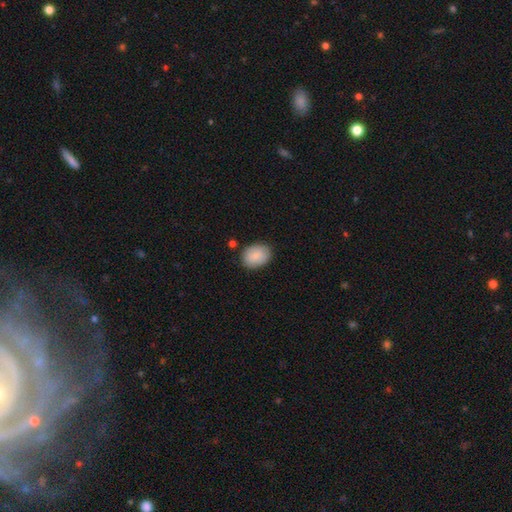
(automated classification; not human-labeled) Q: Smooth or featured?
A: smooth (86%); runner-up: featured or disk (7%)
Q: How rounded?
A: in between (71%); runner-up: round (28%)
Q: Merging?
A: none (83%); runner-up: minor disturbance (12%)